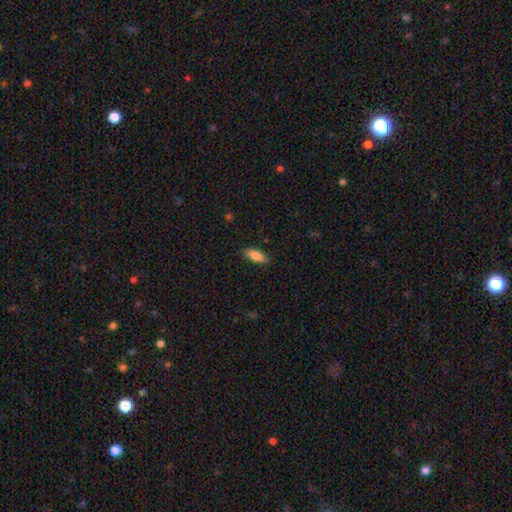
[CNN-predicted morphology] smooth 84%, featured or disk 10%, star or artifact 6%. Down the decision tree: how rounded — in between (77%); merging — none (84%).